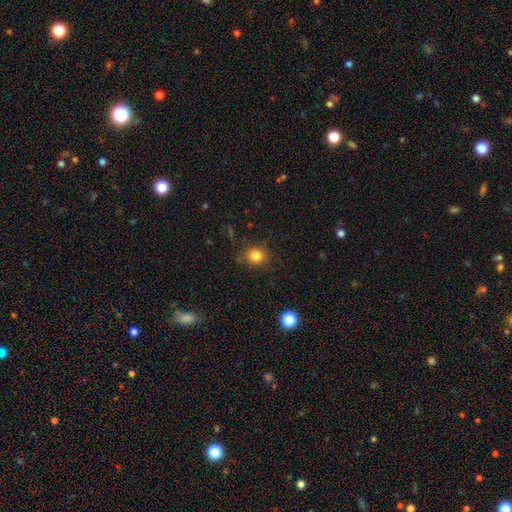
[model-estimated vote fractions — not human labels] Morphology: type=smooth (83%); roundness=round (88%); merging=none (85%).